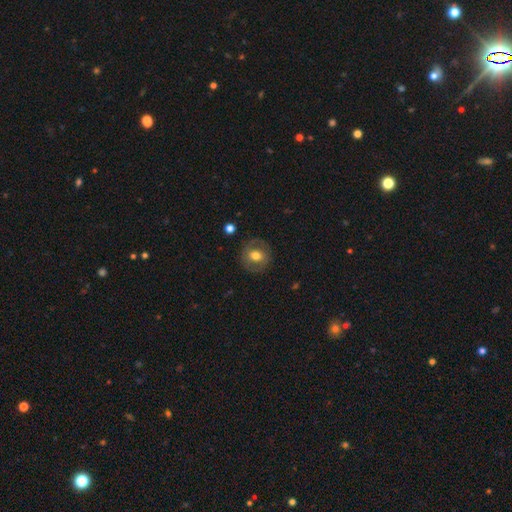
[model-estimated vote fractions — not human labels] Smooth or featured: smooth — 54% (featured or disk — 38%)
How rounded: round — 84% (in between — 15%)
Merging: none — 84% (minor disturbance — 11%)